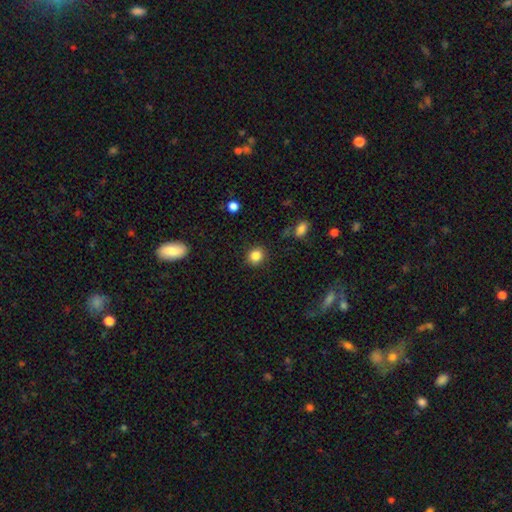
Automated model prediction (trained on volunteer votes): Smooth or featured? smooth (85%)
How rounded? round (80%)
Merging? none (89%)